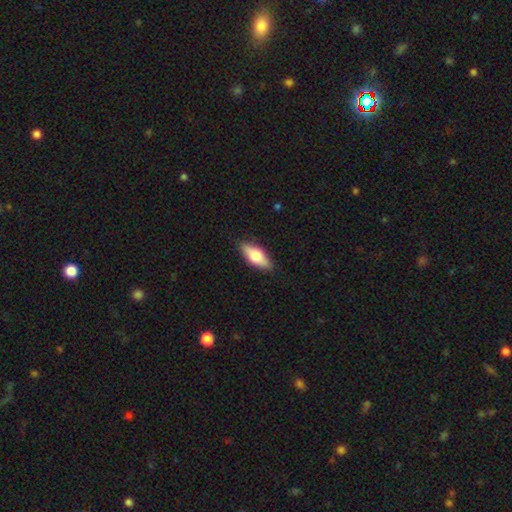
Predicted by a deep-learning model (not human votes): This appears to be a smooth galaxy with no disk features (60%) that is in between round and cigar-shaped (72%). Merging: none (88%).